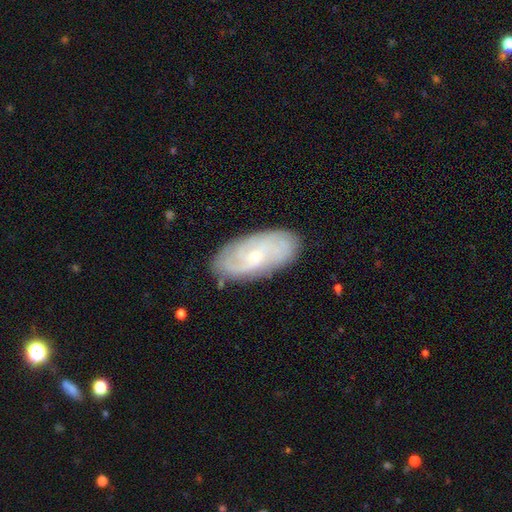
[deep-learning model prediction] This appears to be a featured or disk galaxy (71%) with no bar (64%), tight (55%) spiral arms (92%) and a small central bulge (70%). Merging: none (82%).